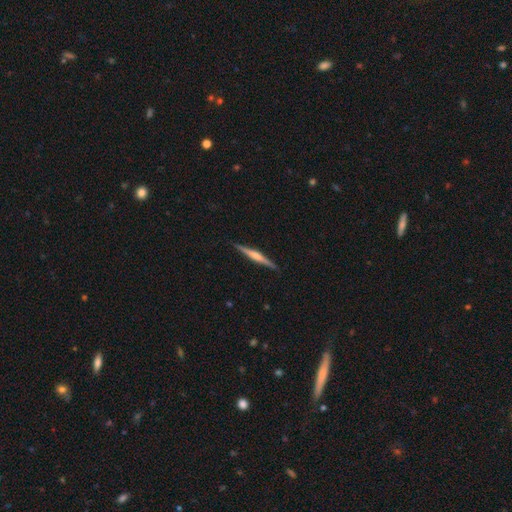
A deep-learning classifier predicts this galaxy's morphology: A featured or disk galaxy (66%) viewed edge-on (98%) with a rounded central bulge (67%).

Vote fractions:
- Smooth or featured? featured or disk: 66% / smooth: 28% / star or artifact: 5%
- Edge-on disk? yes: 98% / no: 2%
- Edge-on bulge? rounded: 67% / none: 19% / boxy: 14%
- Merging? none: 91% / minor disturbance: 7% / major disturbance: 1% / merger: 1%